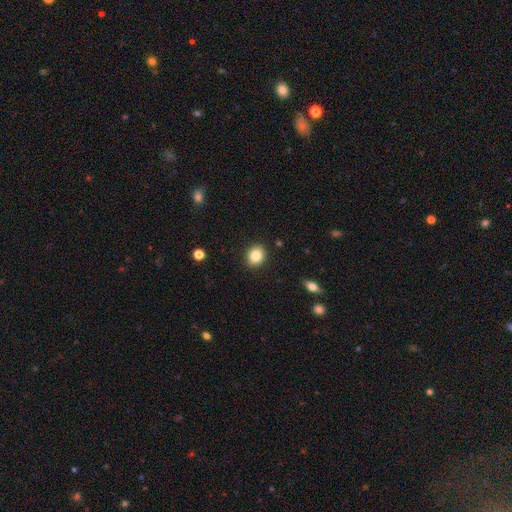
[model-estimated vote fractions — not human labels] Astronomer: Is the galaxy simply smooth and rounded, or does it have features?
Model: smooth — 84%.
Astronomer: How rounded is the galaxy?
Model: round — 63%.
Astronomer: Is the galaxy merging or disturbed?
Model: none — 90%.